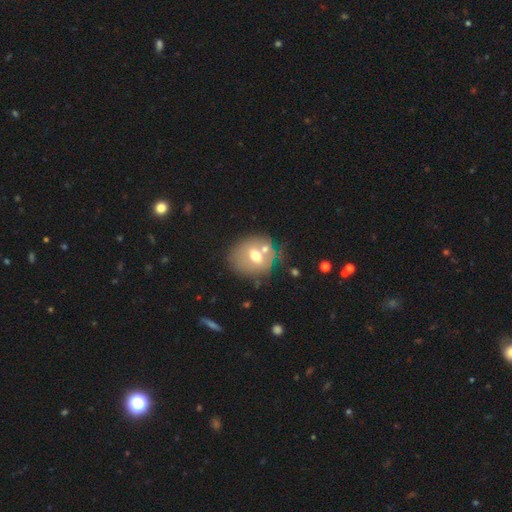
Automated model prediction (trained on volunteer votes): smooth 58%, featured or disk 31%, star or artifact 11%. Down the decision tree: how rounded — round (73%); merging — none (54%).